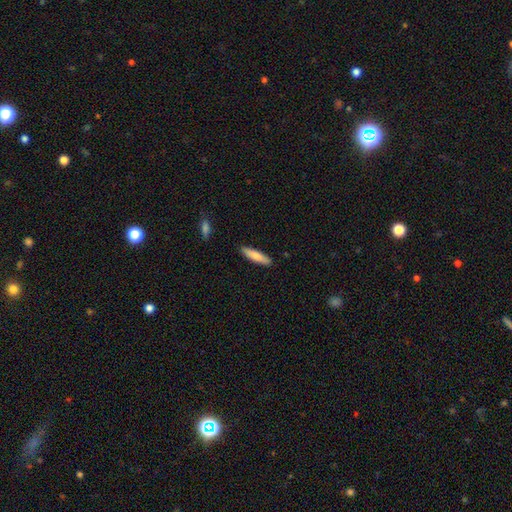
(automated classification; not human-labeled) smooth-or-featured: smooth: 81% | featured or disk: 14% | star or artifact: 5%
  how-rounded: cigar-shaped: 78% | in between: 21% | round: 1%
  merging: none: 88% | minor disturbance: 9% | major disturbance: 2% | merger: 1%